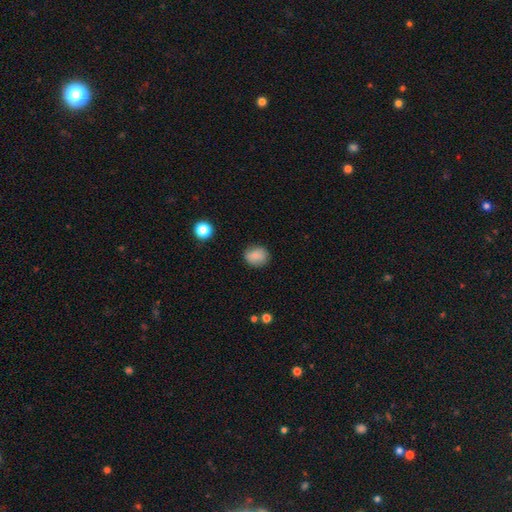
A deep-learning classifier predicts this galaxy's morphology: A smooth galaxy with no disk features (85%) that is round (59%). Merging: none (82%).